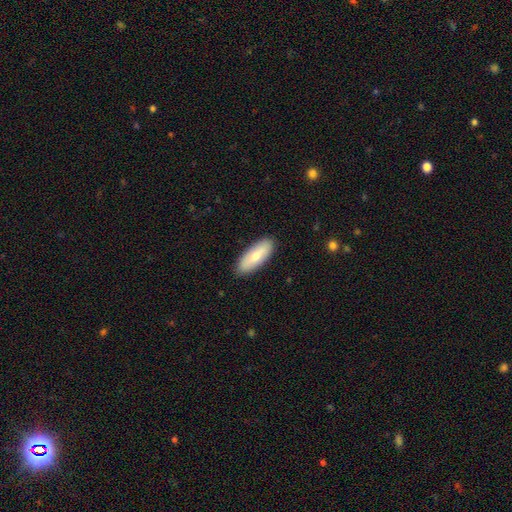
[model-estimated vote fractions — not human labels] This is likely a smooth galaxy (74%). How rounded: likely in between (73%). Merging: clearly none (88%).